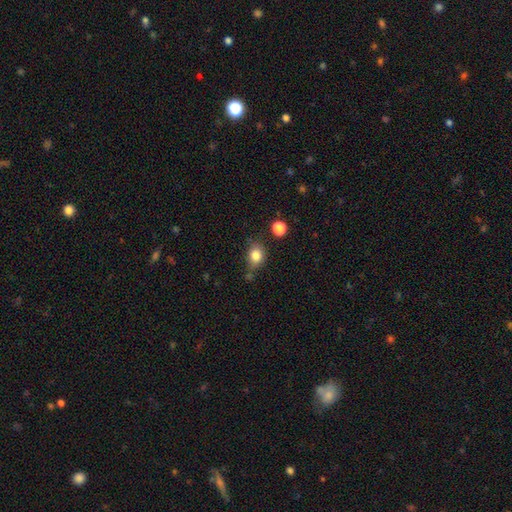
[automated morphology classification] The model was most divided on "how rounded": round: 53%, in between: 46%, cigar-shaped: 1%. More confident: smooth or featured — smooth (82%); merging — none (65%).